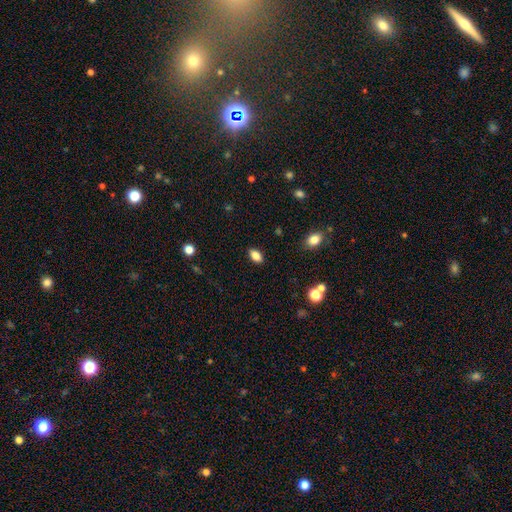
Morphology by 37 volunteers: Overall: smooth (89%). How rounded: in between (91%). Merging: none (92%).